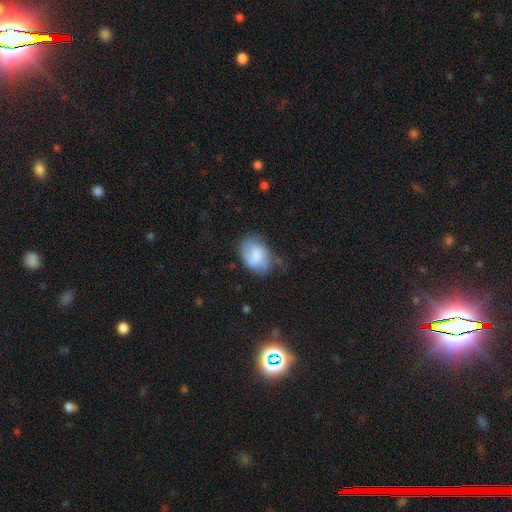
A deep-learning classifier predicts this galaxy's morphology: This appears to be a smooth galaxy with no disk features (62%) that is in between round and cigar-shaped (73%). Merging: none (53%).